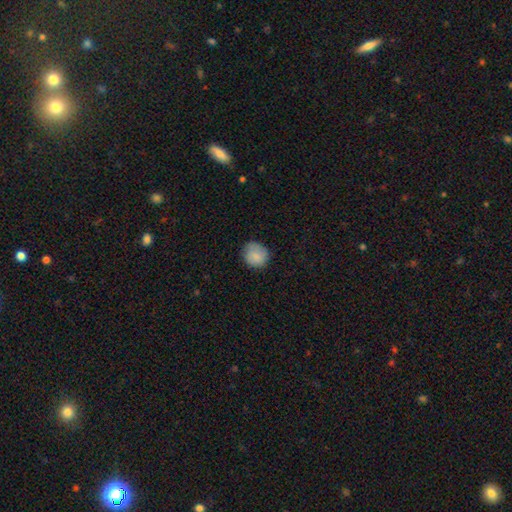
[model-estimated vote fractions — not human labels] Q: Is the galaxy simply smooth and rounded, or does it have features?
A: smooth — 86%.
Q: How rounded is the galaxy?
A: round — 83%.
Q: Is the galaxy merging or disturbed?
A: none — 76%.